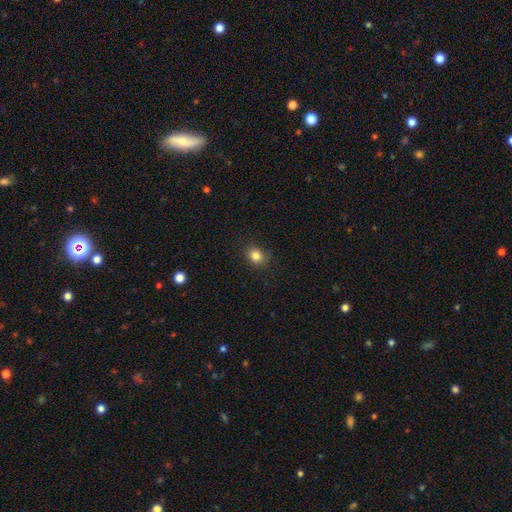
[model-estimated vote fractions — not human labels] Smooth or featured: smooth — 84% (star or artifact — 11%)
How rounded: round — 70% (in between — 29%)
Merging: none — 87% (minor disturbance — 10%)